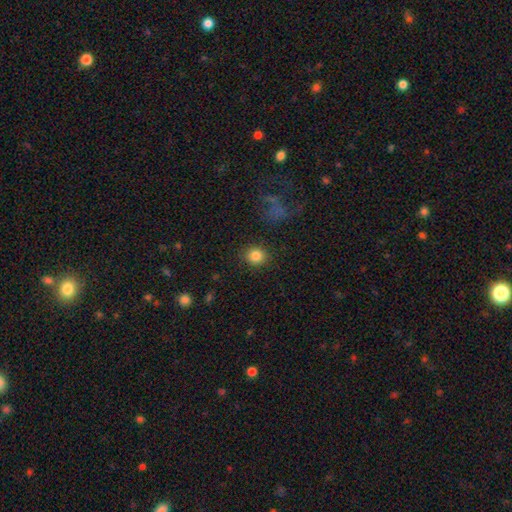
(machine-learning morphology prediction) smooth 84%, star or artifact 10%, featured or disk 6%. Down the decision tree: how rounded — round (81%); merging — none (87%).